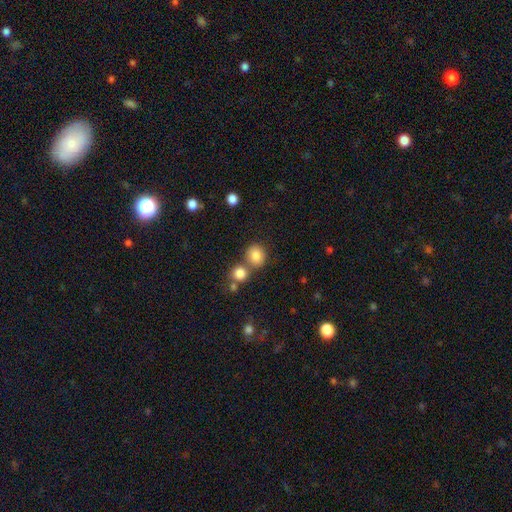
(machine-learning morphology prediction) type=smooth (83%); roundness=round (81%); merging=none (64%).